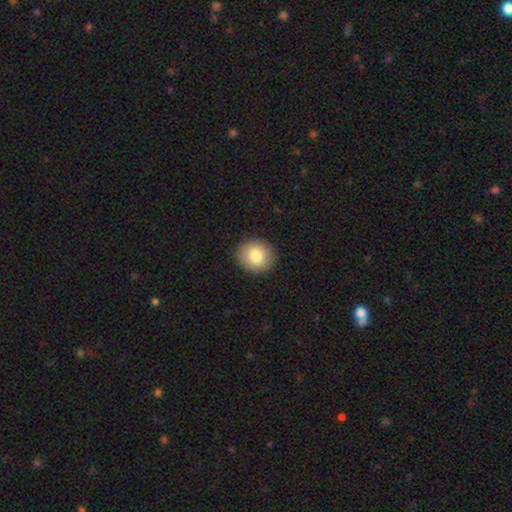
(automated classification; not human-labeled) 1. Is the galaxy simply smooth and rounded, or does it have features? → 83% smooth, 9% featured or disk, 8% star or artifact.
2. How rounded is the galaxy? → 78% round, 21% in between, 1% cigar-shaped.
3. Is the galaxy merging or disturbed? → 91% none, 6% minor disturbance, 2% major disturbance, 1% merger.